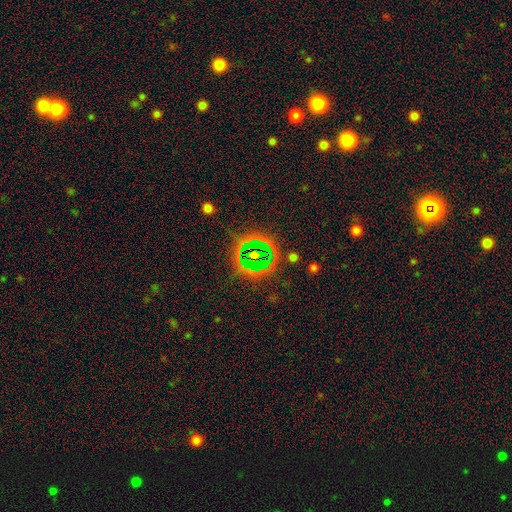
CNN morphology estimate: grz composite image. It shows a star or artifact, not a galaxy (73%).